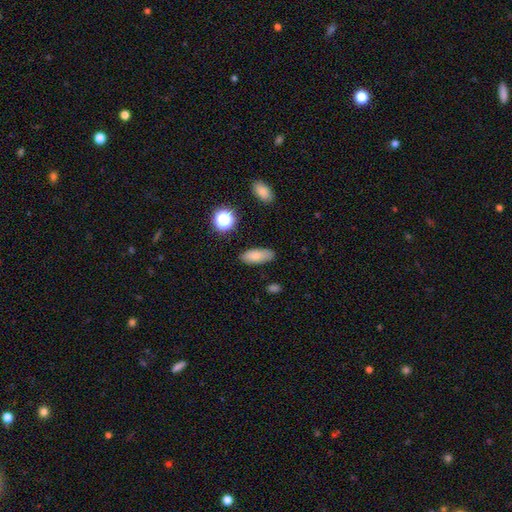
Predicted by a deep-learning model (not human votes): Overall: smooth (80%). How rounded: in between (80%). Merging: none (84%).